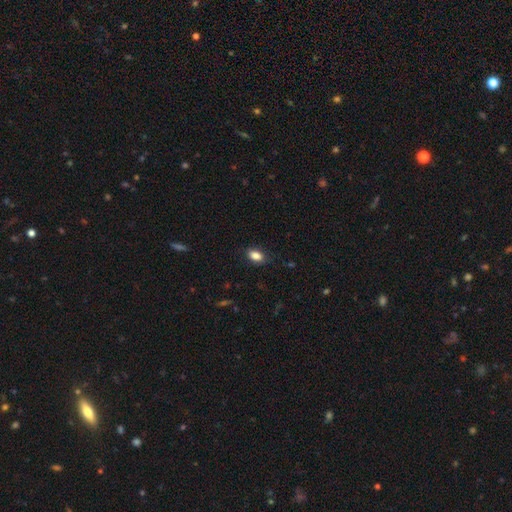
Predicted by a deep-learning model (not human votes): smooth_or_featured: smooth (p=0.86) [alt: star or artifact p=0.09]
how_rounded: in between (p=0.89) [alt: round p=0.08]
merging: none (p=0.81) [alt: minor disturbance p=0.14]